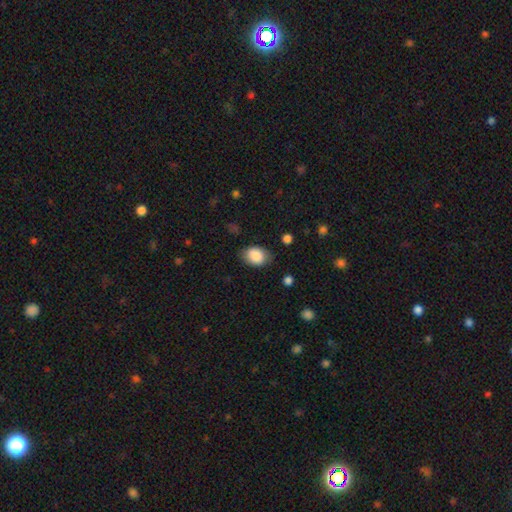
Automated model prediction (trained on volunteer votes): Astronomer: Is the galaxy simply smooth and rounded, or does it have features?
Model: smooth — 87%.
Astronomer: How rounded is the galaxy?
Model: in between — 76%.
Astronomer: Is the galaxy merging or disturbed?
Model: none — 77%.